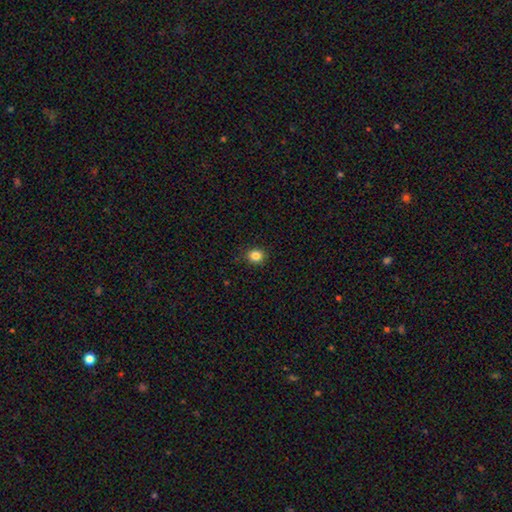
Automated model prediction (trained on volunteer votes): Smooth or featured? Predicted: smooth (p=0.84). How rounded? Predicted: round (p=0.78). Merging? Predicted: none (p=0.88).